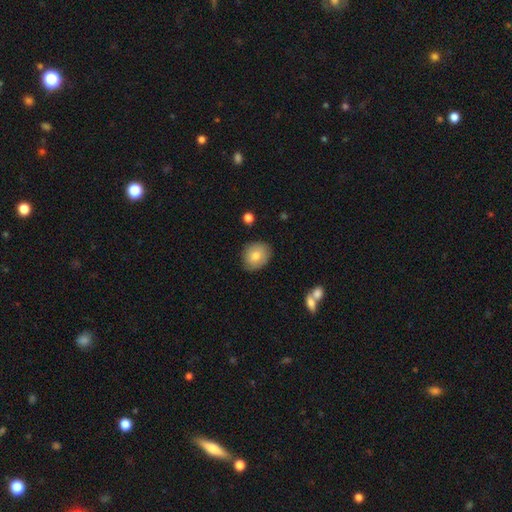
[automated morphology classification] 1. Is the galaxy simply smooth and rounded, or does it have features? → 75% smooth, 17% featured or disk, 8% star or artifact.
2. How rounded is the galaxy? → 58% round, 41% in between, 1% cigar-shaped.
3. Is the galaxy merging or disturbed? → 79% none, 17% minor disturbance, 3% major disturbance, 2% merger.